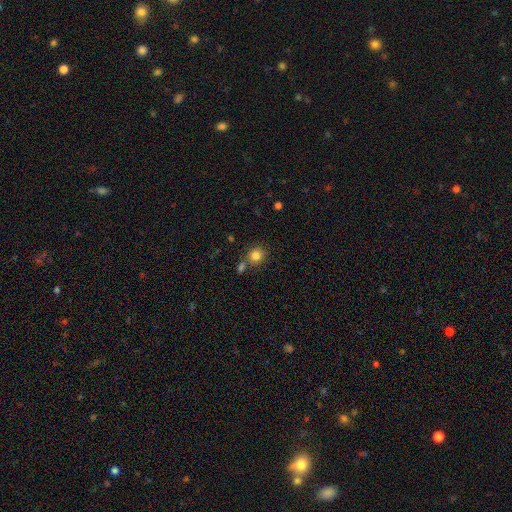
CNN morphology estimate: smooth 82%, star or artifact 11%, featured or disk 7%. Down the decision tree: how rounded — round (85%); merging — none (70%).